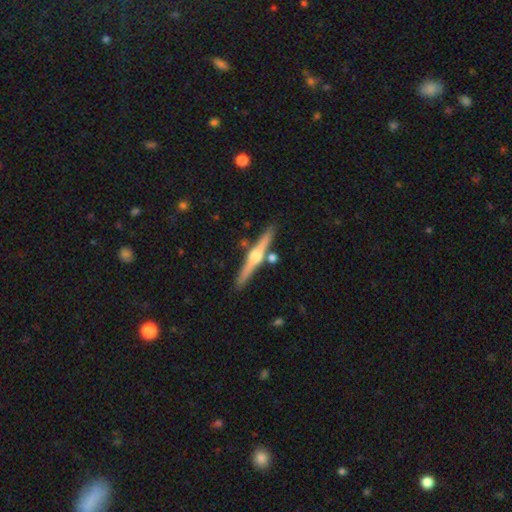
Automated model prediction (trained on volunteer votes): A featured or disk galaxy (77%) viewed edge-on (98%) with a rounded central bulge (94%). Merging: none (86%).